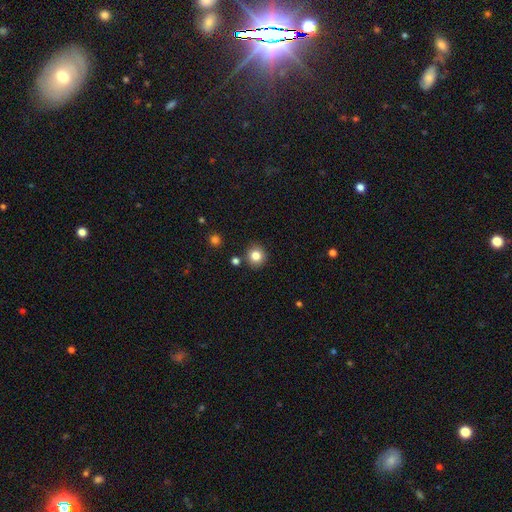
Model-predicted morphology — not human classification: smooth-or-featured: smooth: 82% | star or artifact: 11% | featured or disk: 6%
  how-rounded: round: 92% | in between: 7% | cigar-shaped: 1%
  merging: none: 88% | minor disturbance: 6% | merger: 4% | major disturbance: 2%